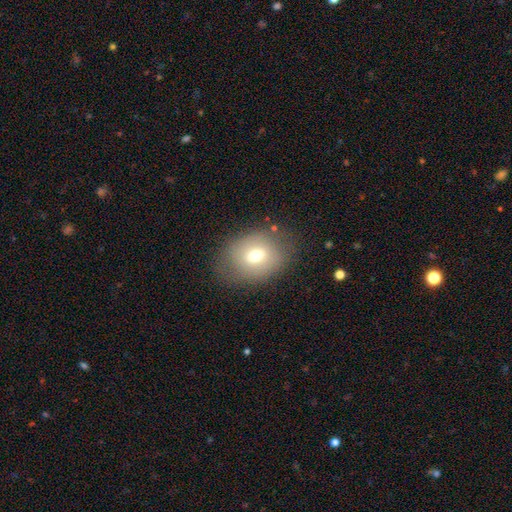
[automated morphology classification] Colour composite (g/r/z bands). It shows a smooth galaxy with no disk features (65%) that is in between round and cigar-shaped (60%). Merging: none (76%).